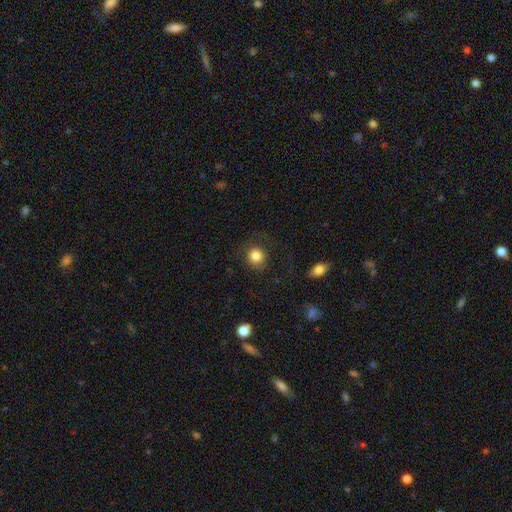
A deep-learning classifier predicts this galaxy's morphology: smooth 84%, star or artifact 10%, featured or disk 6%. Down the decision tree: how rounded — round (89%); merging — none (81%).